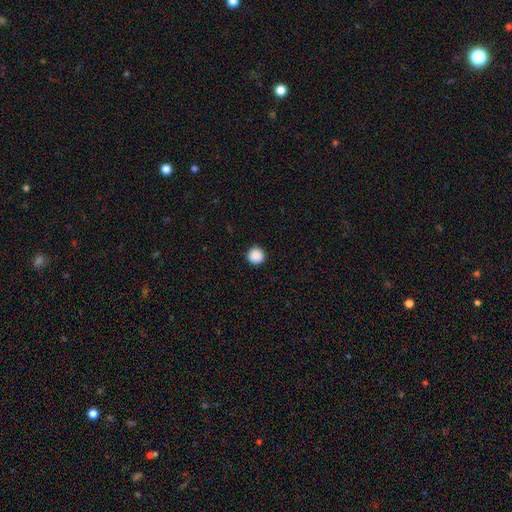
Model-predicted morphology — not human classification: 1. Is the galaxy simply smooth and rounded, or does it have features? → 89% smooth, 9% star or artifact, 2% featured or disk.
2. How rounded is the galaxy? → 96% round, 3% in between, 1% cigar-shaped.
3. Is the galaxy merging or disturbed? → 93% none, 5% minor disturbance, 2% major disturbance, 1% merger.